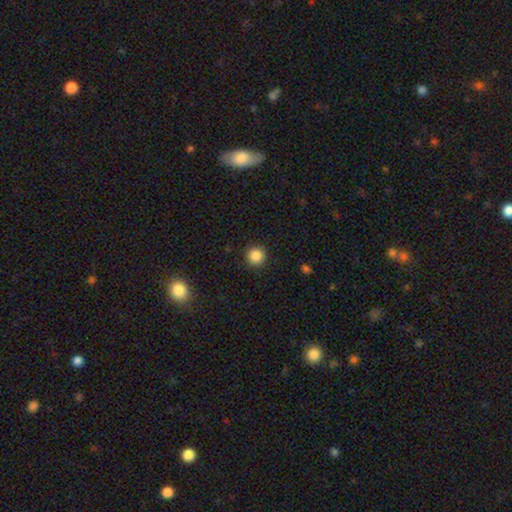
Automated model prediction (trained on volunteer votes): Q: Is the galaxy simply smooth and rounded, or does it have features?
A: smooth — 86%.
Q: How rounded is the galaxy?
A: round — 95%.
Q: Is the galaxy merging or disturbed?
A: none — 91%.